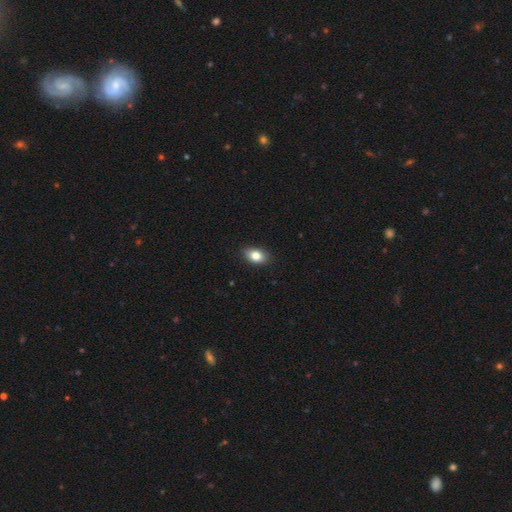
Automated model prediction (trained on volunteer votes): Morphology: type=smooth (82%); roundness=in between (84%); merging=none (88%).